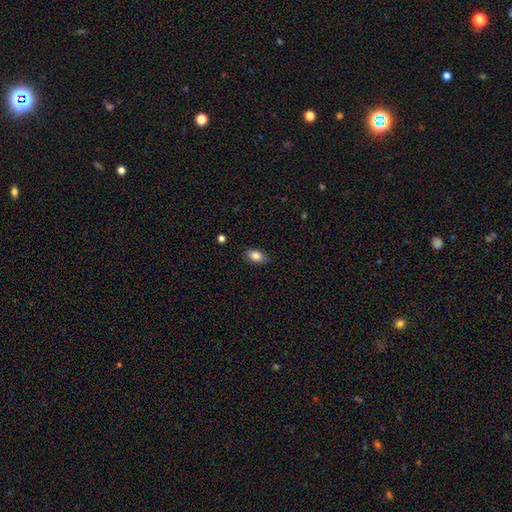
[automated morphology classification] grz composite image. It shows a smooth galaxy with no disk features (83%) that is in between round and cigar-shaped (88%). Merging: none (85%).